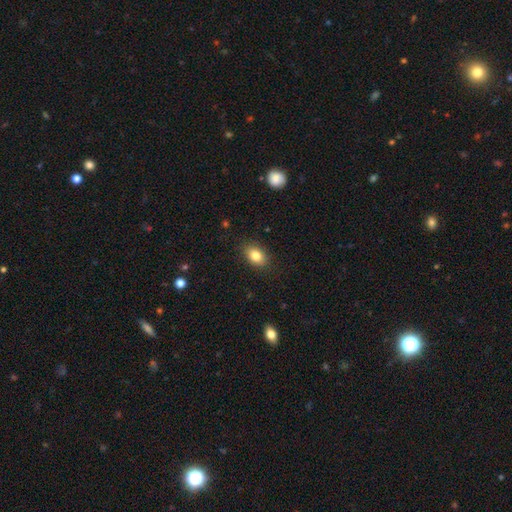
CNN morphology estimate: smooth_or_featured: smooth (p=0.83) [alt: star or artifact p=0.09]
how_rounded: in between (p=0.81) [alt: round p=0.18]
merging: none (p=0.86) [alt: minor disturbance p=0.10]